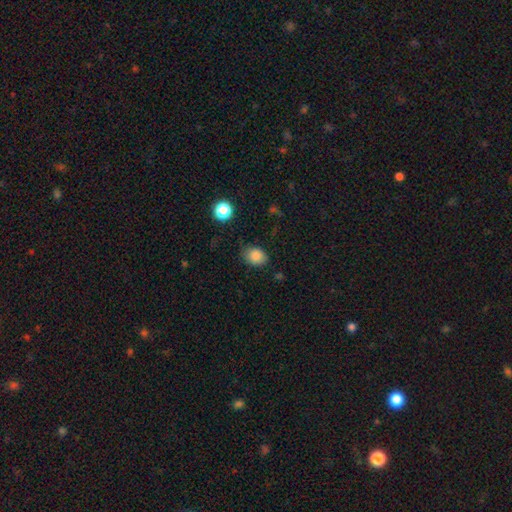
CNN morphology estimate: Smooth or featured? Predicted: smooth (p=0.85). How rounded? Predicted: in between (p=0.56). Merging? Predicted: none (p=0.73).